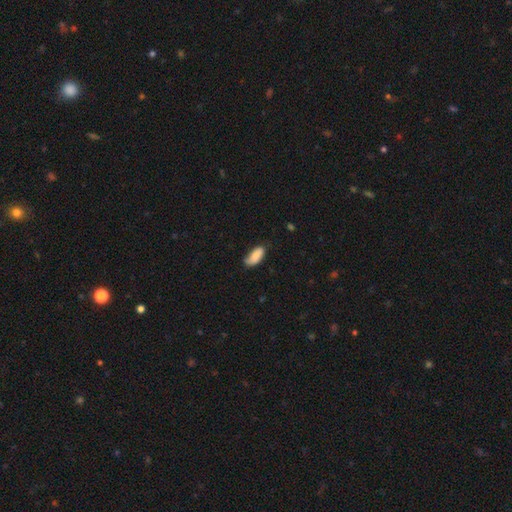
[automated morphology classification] Smooth or featured: smooth — 79% (featured or disk — 14%)
How rounded: in between — 88% (cigar-shaped — 10%)
Merging: none — 60% (minor disturbance — 32%)